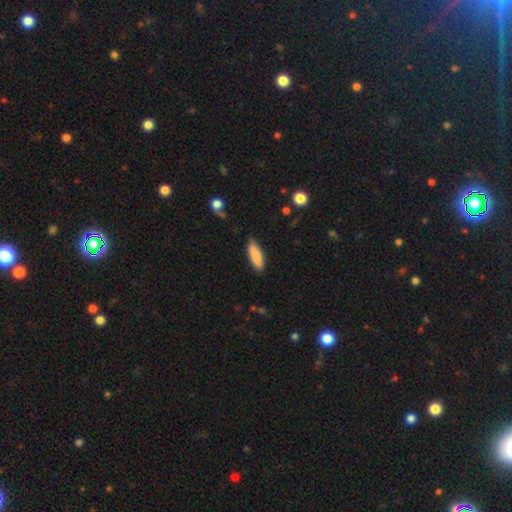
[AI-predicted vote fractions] Q: Smooth or featured?
A: smooth (87%); runner-up: featured or disk (8%)
Q: How rounded?
A: in between (54%); runner-up: cigar-shaped (44%)
Q: Merging?
A: none (86%); runner-up: minor disturbance (11%)